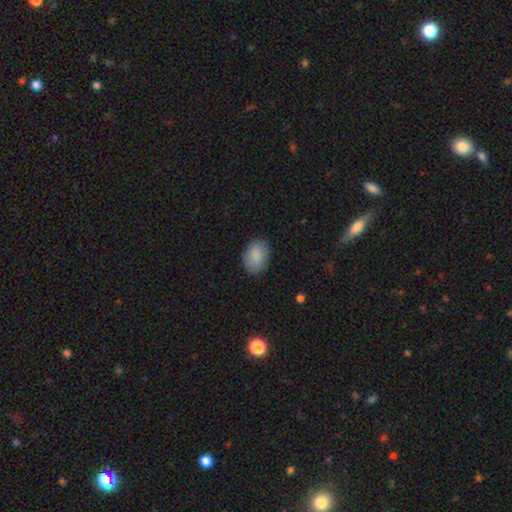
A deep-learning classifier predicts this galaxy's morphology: Overall: smooth (88%). How rounded: in between (82%). Merging: none (84%).